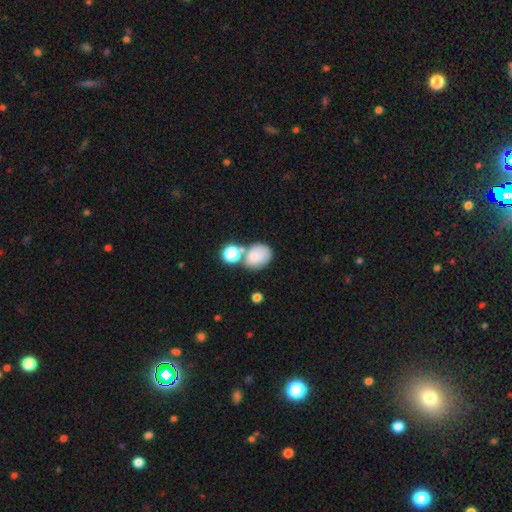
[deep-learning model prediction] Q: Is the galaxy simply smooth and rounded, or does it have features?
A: smooth — 73%.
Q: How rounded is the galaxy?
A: in between — 50%.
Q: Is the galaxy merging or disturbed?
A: none — 49%.